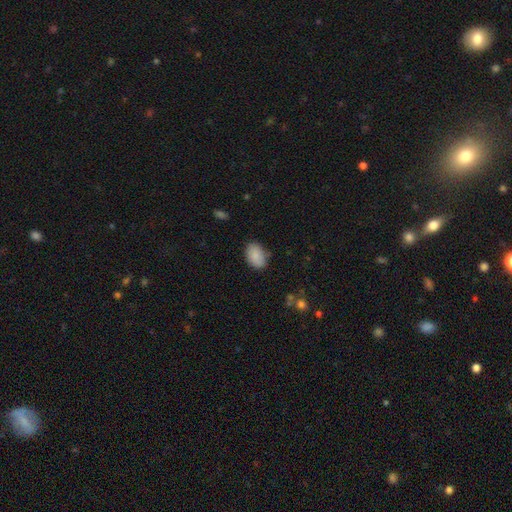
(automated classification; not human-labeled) Smooth or featured? Predicted: smooth (p=0.86). How rounded? Predicted: in between (p=0.87). Merging? Predicted: none (p=0.77).